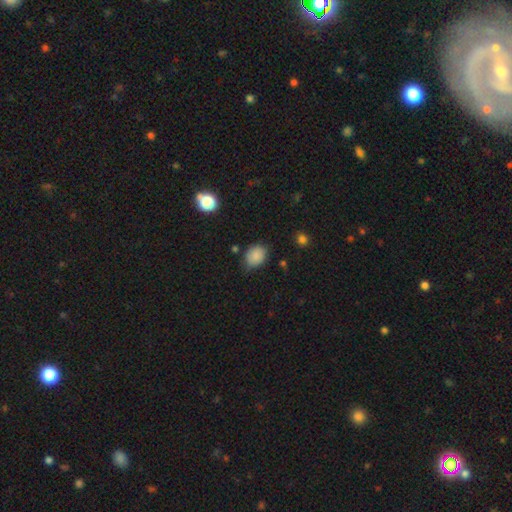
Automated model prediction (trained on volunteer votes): Morphology: type=smooth (85%); roundness=in between (56%); merging=none (72%).